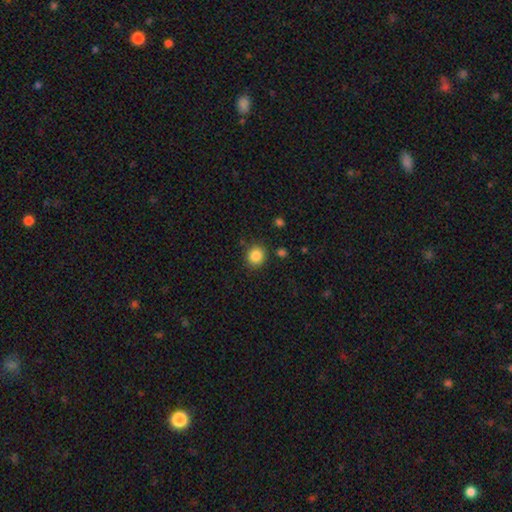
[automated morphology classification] Overall: smooth (86%). How rounded: round (85%). Merging: none (87%).